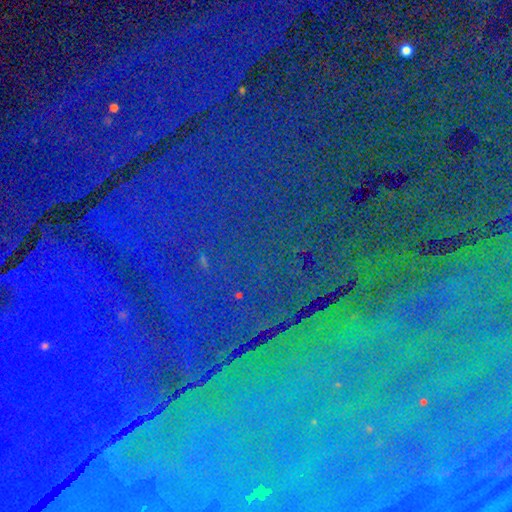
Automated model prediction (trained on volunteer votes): A star or artifact, not a galaxy (85%).

Vote fractions:
- Smooth or featured? star or artifact: 85% / featured or disk: 8% / smooth: 7%